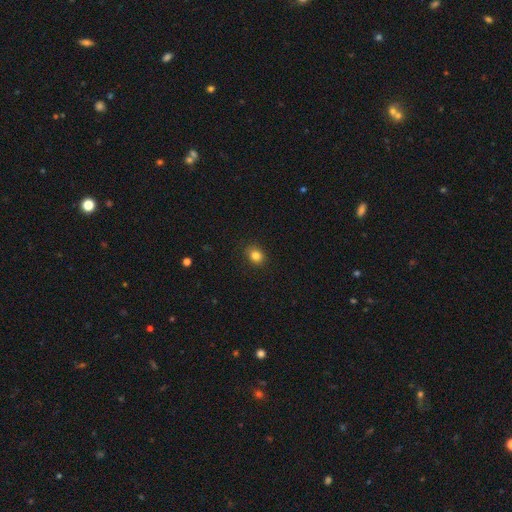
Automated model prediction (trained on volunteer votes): A smooth galaxy with no disk features (83%) that is round (62%). Merging: none (89%).